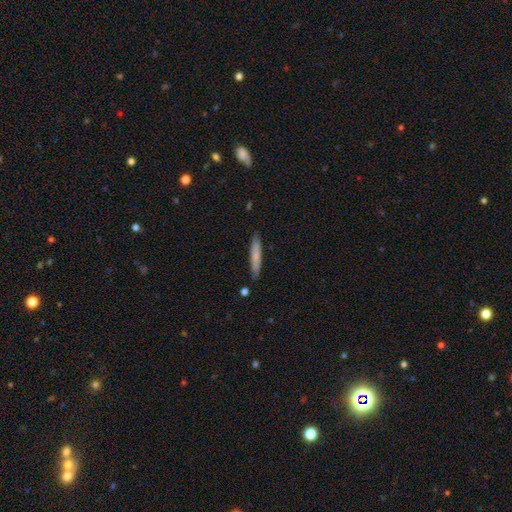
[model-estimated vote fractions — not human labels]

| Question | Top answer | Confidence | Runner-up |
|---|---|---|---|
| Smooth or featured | smooth | 75% | featured or disk (19%) |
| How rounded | cigar-shaped | 93% | in between (5%) |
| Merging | none | 86% | minor disturbance (10%) |